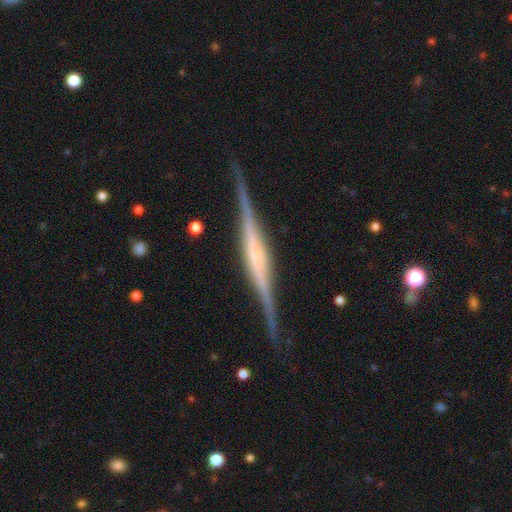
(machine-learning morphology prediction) This is clearly a featured or disk galaxy (85%). It is clearly viewed edge-on (98%). Edge-on bulge: possibly boxy (45%). Merging: clearly none (88%).